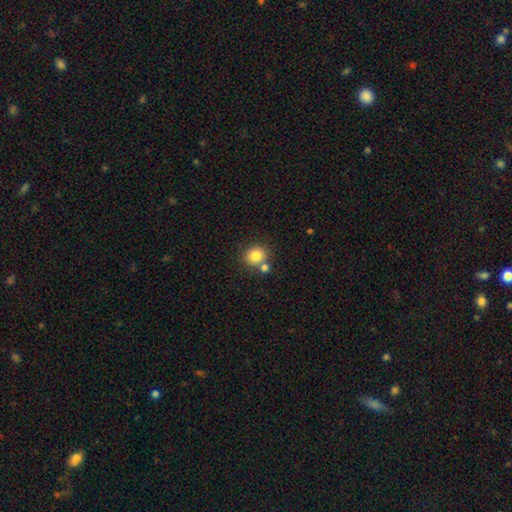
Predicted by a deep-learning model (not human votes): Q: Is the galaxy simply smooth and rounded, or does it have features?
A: smooth — 82%.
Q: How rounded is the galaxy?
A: round — 82%.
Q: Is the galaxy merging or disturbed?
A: none — 66%.